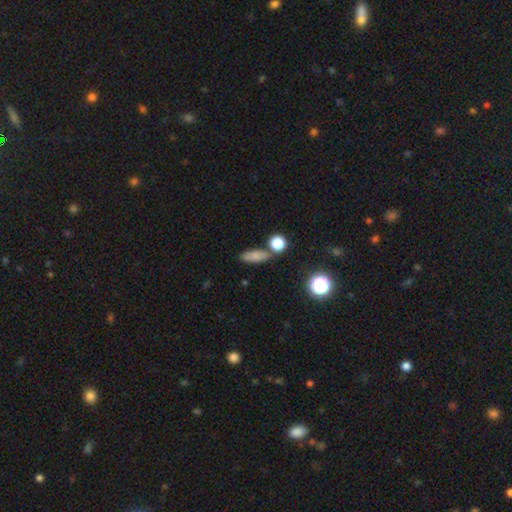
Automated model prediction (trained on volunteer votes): smooth_or_featured: smooth (p=0.77) [alt: star or artifact p=0.12]
how_rounded: in between (p=0.61) [alt: cigar-shaped p=0.26]
merging: none (p=0.72) [alt: minor disturbance p=0.13]